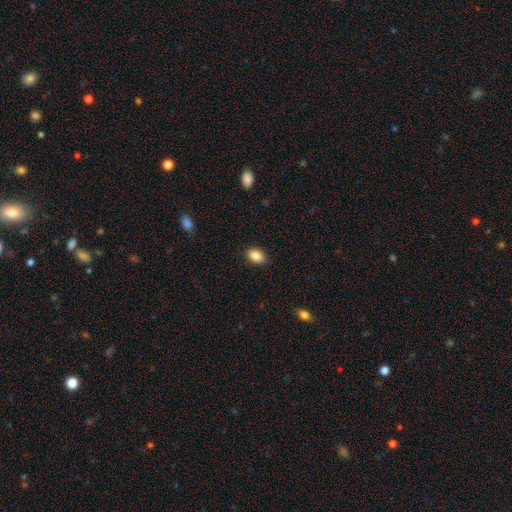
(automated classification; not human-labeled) Smooth or featured? Predicted: smooth (p=0.88). How rounded? Predicted: in between (p=0.82). Merging? Predicted: none (p=0.86).